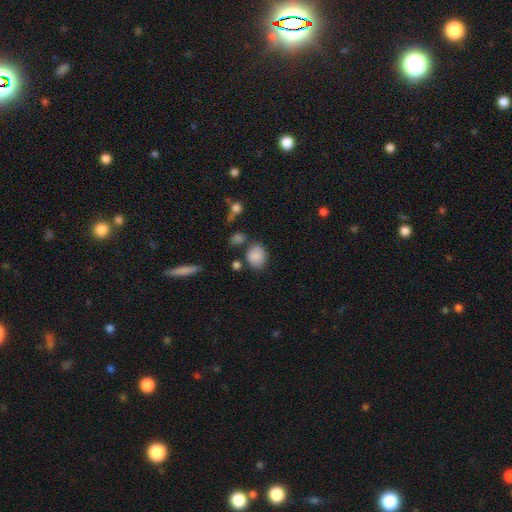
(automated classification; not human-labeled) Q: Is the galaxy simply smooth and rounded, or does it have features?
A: smooth — 85%.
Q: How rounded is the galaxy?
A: round — 50%.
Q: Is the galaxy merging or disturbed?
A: none — 67%.